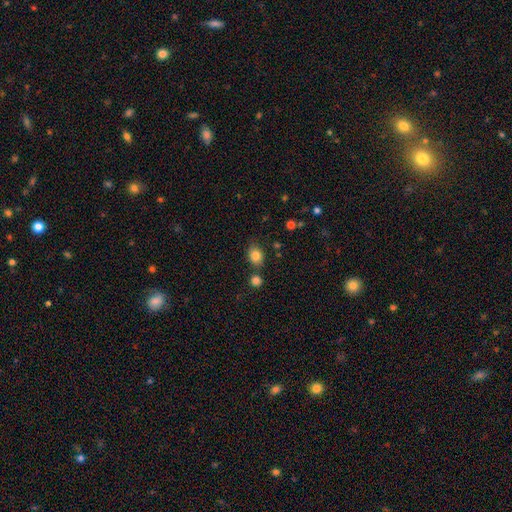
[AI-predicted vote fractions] Smooth or featured? smooth (84%)
How rounded? in between (56%)
Merging? none (71%)